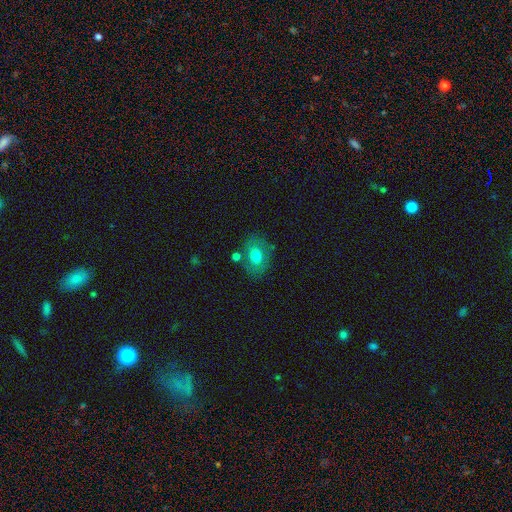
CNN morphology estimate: Smooth or featured? smooth (69%)
How rounded? in between (69%)
Merging? none (69%)